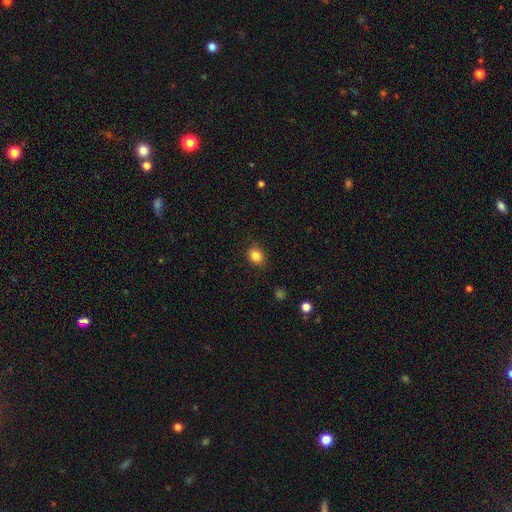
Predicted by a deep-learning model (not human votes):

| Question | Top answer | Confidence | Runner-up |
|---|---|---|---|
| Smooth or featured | smooth | 84% | star or artifact (11%) |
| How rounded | round | 59% | in between (40%) |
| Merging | none | 86% | minor disturbance (10%) |